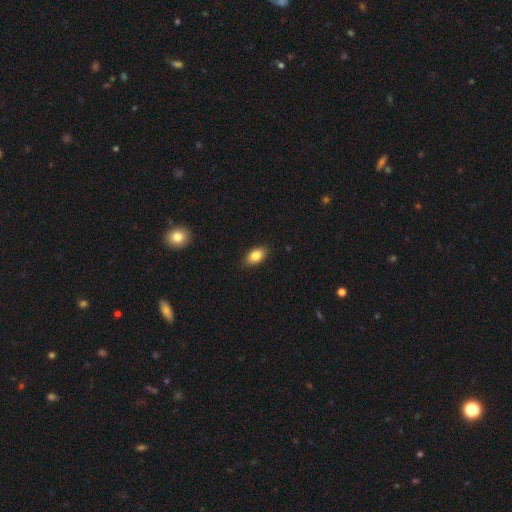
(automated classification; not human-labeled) smooth_or_featured: smooth (p=0.84) [alt: featured or disk p=0.09]
how_rounded: in between (p=0.90) [alt: round p=0.07]
merging: none (p=0.87) [alt: minor disturbance p=0.10]